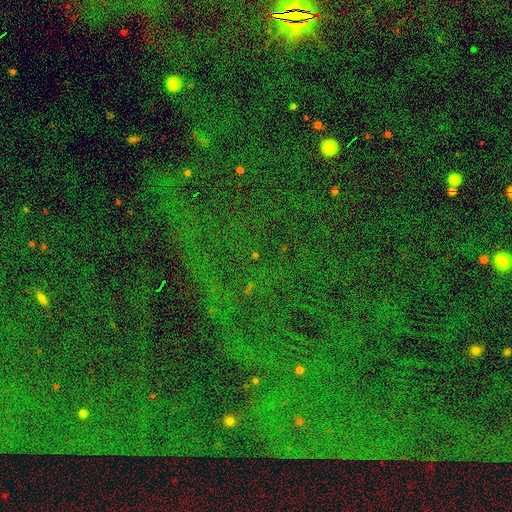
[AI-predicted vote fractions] smooth-or-featured: star or artifact: 83% | smooth: 10% | featured or disk: 7%